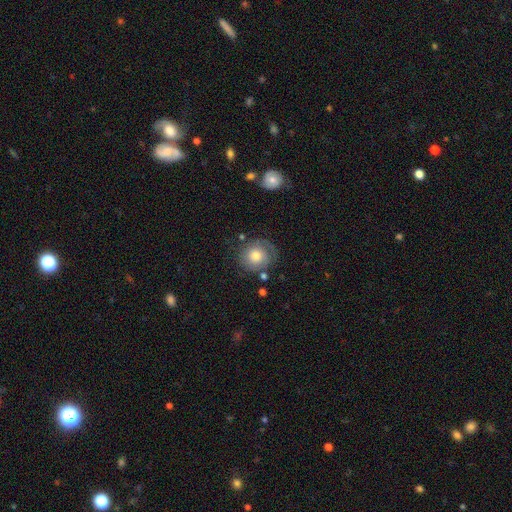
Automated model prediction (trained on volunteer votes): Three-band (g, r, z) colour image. It shows a smooth galaxy with no disk features (53%) that is round (86%). Merging: none (67%).